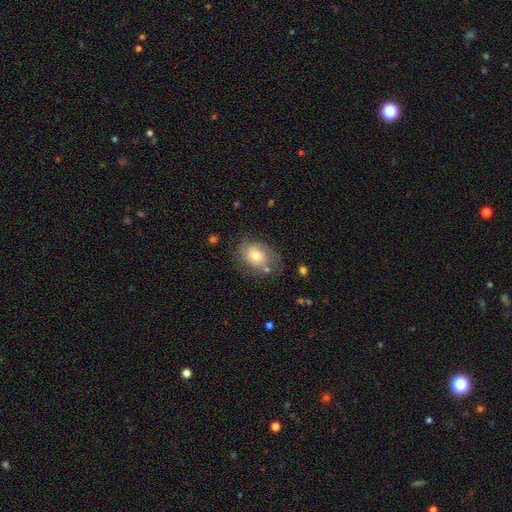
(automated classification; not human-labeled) Smooth or featured? smooth (51%)
How rounded? in between (60%)
Merging? none (63%)